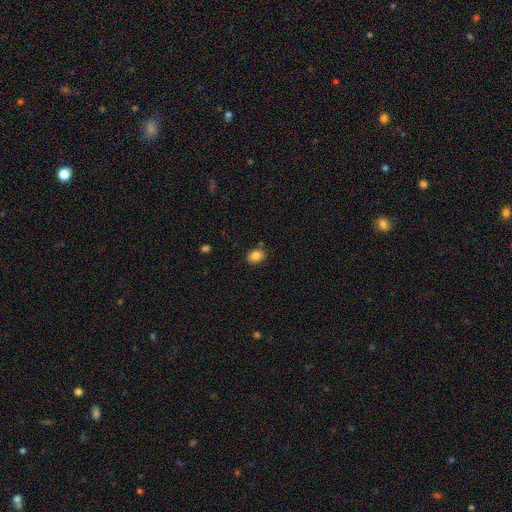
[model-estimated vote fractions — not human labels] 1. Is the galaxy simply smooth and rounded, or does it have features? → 85% smooth, 9% star or artifact, 6% featured or disk.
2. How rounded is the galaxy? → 67% in between, 32% round, 1% cigar-shaped.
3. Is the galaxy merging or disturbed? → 83% none, 11% minor disturbance, 3% merger, 3% major disturbance.